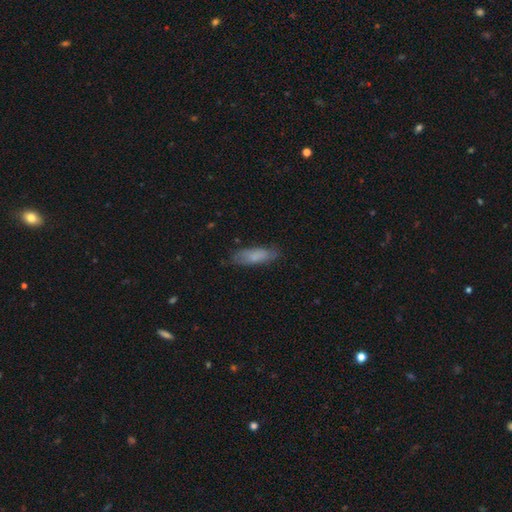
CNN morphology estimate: Q: Smooth or featured?
A: smooth (79%); runner-up: featured or disk (15%)
Q: How rounded?
A: in between (54%); runner-up: cigar-shaped (44%)
Q: Merging?
A: none (78%); runner-up: minor disturbance (17%)